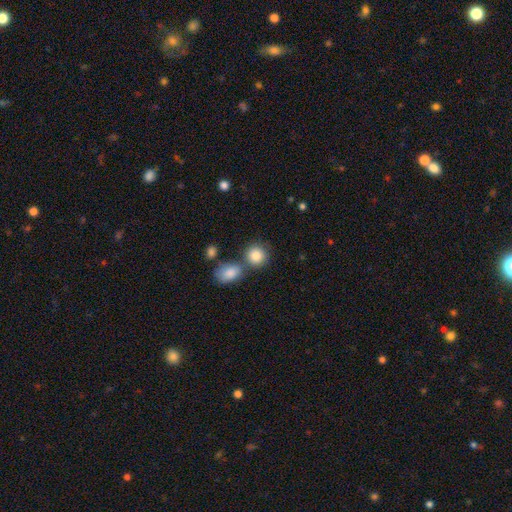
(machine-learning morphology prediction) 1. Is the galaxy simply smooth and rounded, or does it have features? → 85% smooth, 8% star or artifact, 7% featured or disk.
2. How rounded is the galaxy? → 83% round, 16% in between, 1% cigar-shaped.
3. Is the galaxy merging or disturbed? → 61% none, 25% merger, 10% minor disturbance, 4% major disturbance.